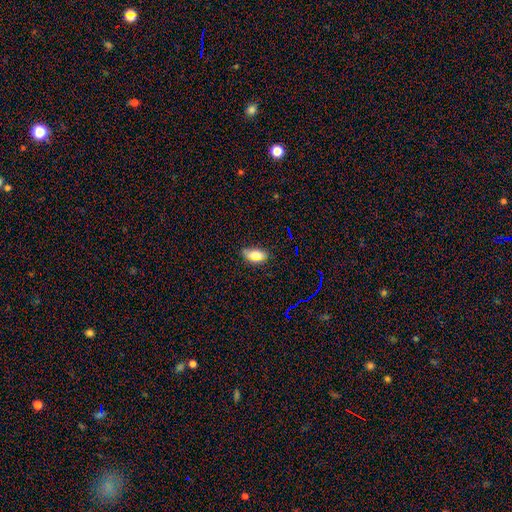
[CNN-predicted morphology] smooth 77%, featured or disk 13%, star or artifact 10%. Down the decision tree: how rounded — in between (87%); merging — none (66%).